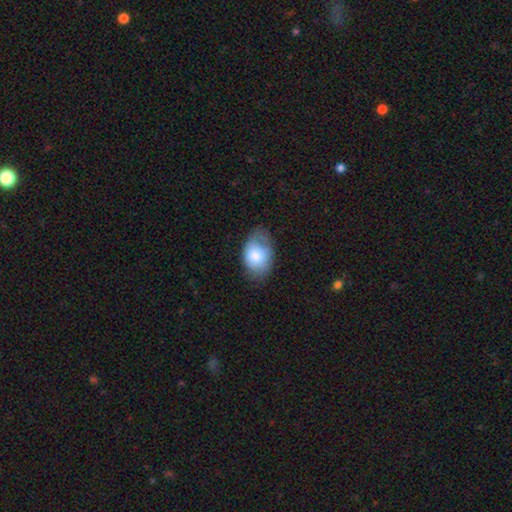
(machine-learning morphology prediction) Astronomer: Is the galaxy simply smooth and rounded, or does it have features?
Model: smooth — 76%.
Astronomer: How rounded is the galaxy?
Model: in between — 85%.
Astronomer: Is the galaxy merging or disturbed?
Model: none — 51% (runner-up: minor disturbance, 34%).